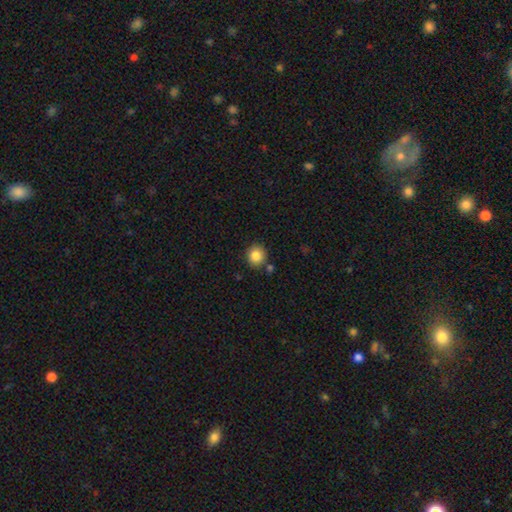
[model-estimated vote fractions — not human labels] Morphology: type=smooth (85%); roundness=round (89%); merging=none (84%).